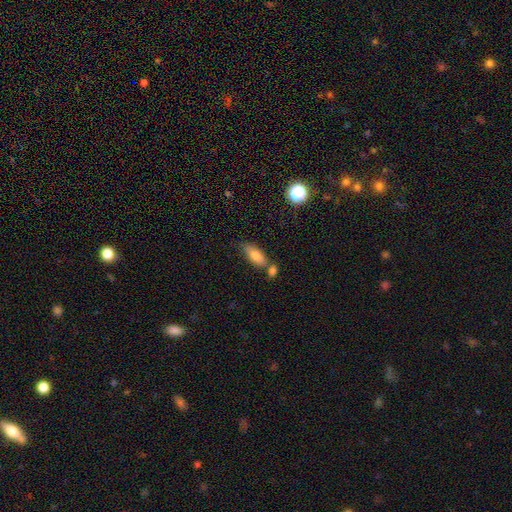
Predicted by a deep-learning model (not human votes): Overall: smooth (79%). How rounded: in between (80%). Merging: none (52%; merger 28%).